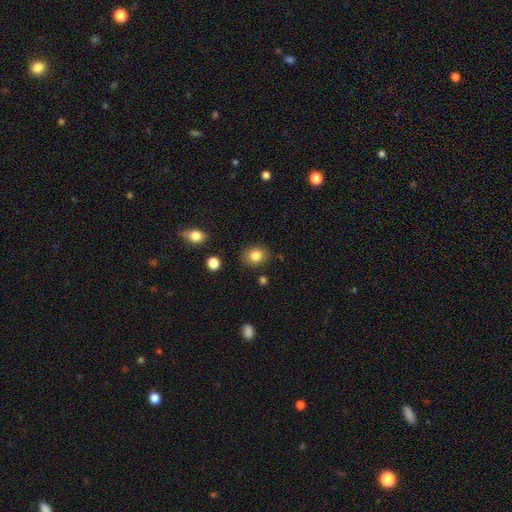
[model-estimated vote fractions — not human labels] Smooth or featured?
  - smooth: 83% *
  - star or artifact: 10%
  - featured or disk: 7%
How rounded?
  - round: 61% *
  - in between: 38%
  - cigar-shaped: 1%
Merging?
  - none: 84% *
  - minor disturbance: 11%
  - major disturbance: 3%
  - merger: 2%